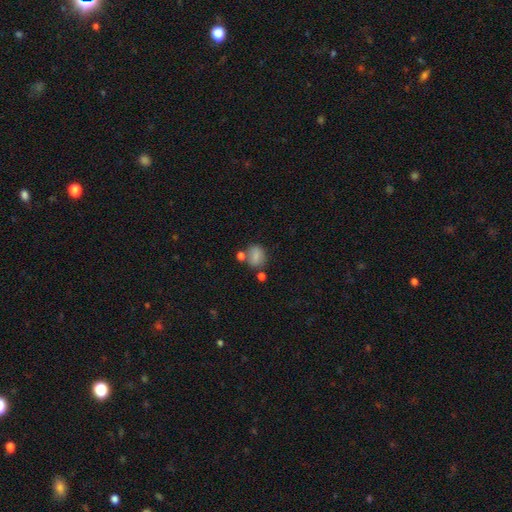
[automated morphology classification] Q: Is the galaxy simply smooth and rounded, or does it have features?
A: smooth — 80%.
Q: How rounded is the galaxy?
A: in between — 50%.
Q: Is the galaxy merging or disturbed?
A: none — 58%.